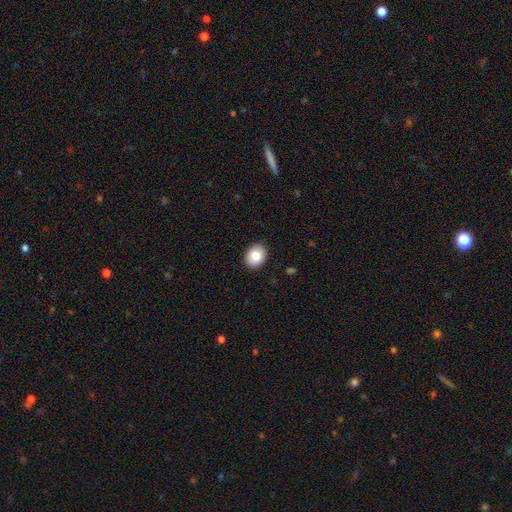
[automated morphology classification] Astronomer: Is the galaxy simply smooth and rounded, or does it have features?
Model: smooth — 83%.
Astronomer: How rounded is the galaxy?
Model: in between — 55% (runner-up: round, 45%).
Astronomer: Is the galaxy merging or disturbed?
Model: none — 90%.